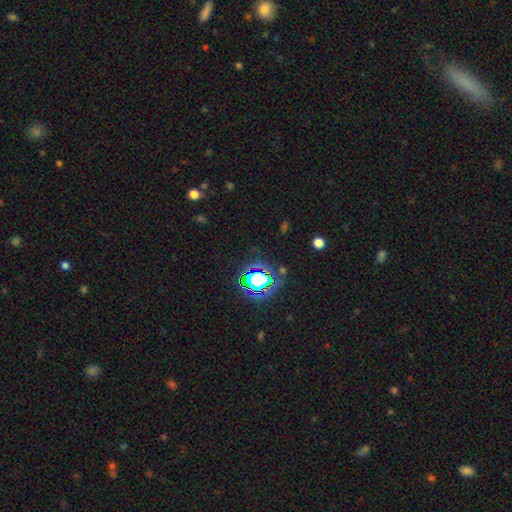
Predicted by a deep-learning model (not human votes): smooth_or_featured: star or artifact (p=0.77) [alt: smooth p=0.15]